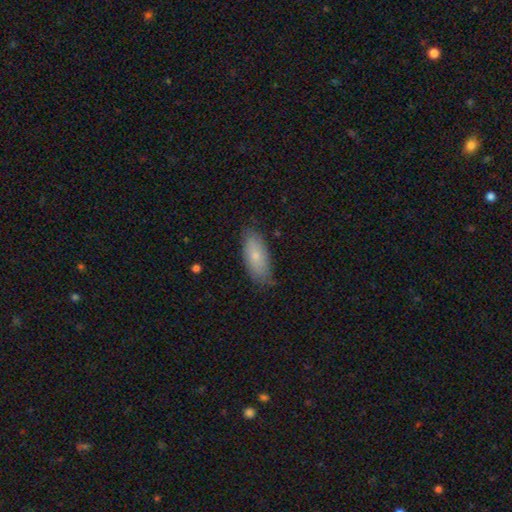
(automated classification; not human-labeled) The model was most divided on "merging": none: 72%, minor disturbance: 23%, major disturbance: 4%, merger: 1%. More confident: how rounded — in between (82%); smooth or featured — smooth (71%).